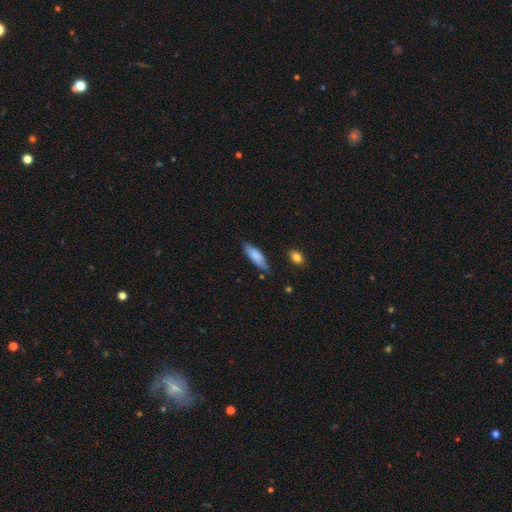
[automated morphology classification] A smooth galaxy with no disk features (79%) that is cigar-shaped (49%, tied with in between). Merging: none (74%).